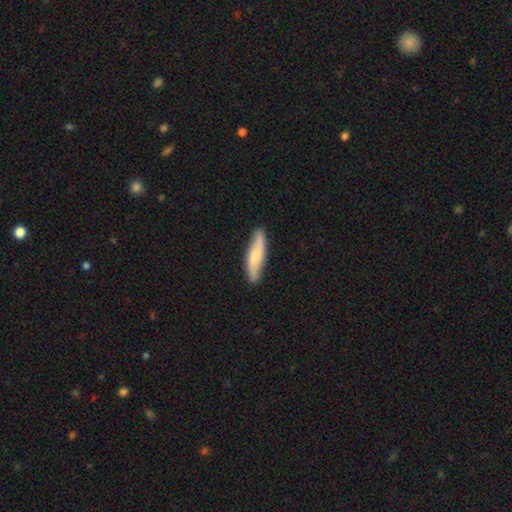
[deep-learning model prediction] Morphology: type=smooth (57%); roundness=cigar-shaped (71%); merging=none (86%).